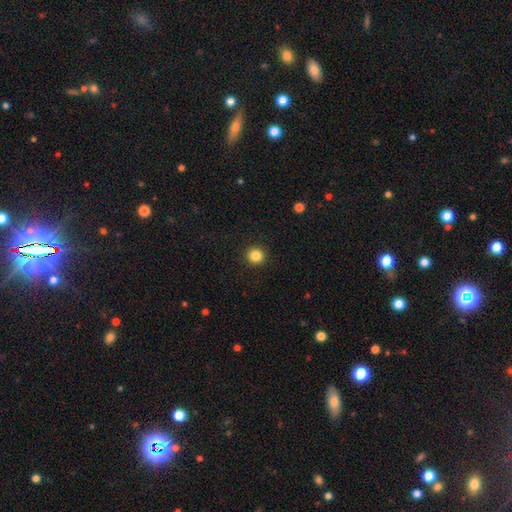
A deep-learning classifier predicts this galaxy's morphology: A smooth galaxy with no disk features (84%) that is round (95%). Merging: none (93%).